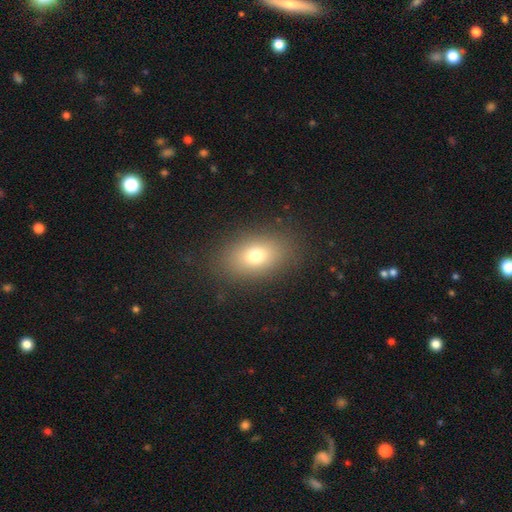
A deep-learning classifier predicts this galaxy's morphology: smooth_or_featured: smooth (p=0.74) [alt: featured or disk p=0.13]
how_rounded: in between (p=0.82) [alt: round p=0.16]
merging: none (p=0.86) [alt: minor disturbance p=0.09]